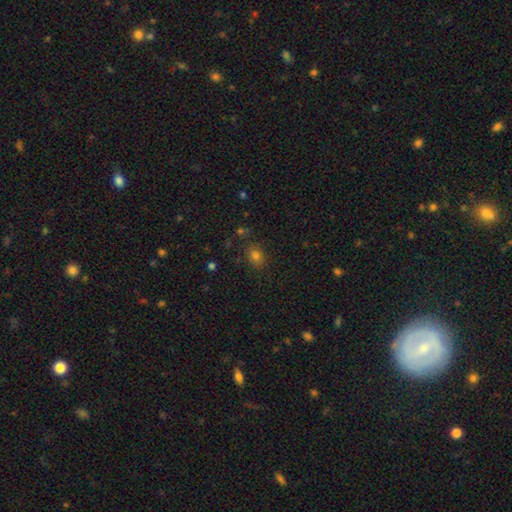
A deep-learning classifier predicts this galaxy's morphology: Smooth or featured? smooth (74%)
How rounded? round (55%)
Merging? none (82%)